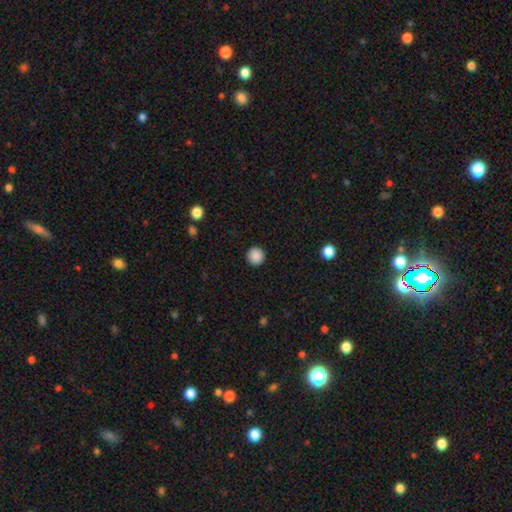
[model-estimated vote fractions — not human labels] Smooth or featured?
  - smooth: 88% *
  - star or artifact: 9%
  - featured or disk: 3%
How rounded?
  - round: 95% *
  - in between: 4%
  - cigar-shaped: 1%
Merging?
  - none: 93% *
  - minor disturbance: 5%
  - major disturbance: 2%
  - merger: 1%